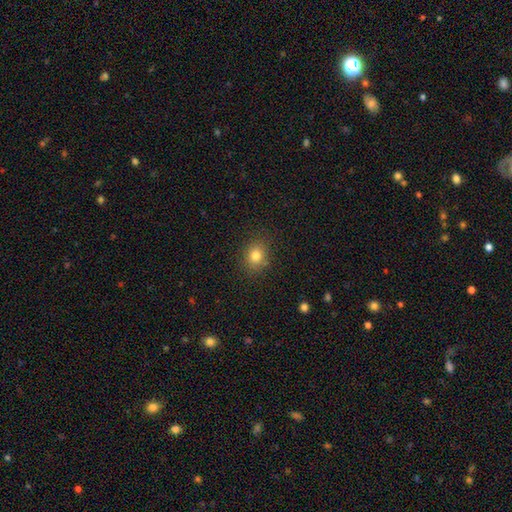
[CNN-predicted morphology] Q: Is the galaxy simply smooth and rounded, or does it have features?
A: smooth — 81%.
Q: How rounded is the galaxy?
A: round — 63%.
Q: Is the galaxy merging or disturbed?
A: none — 84%.